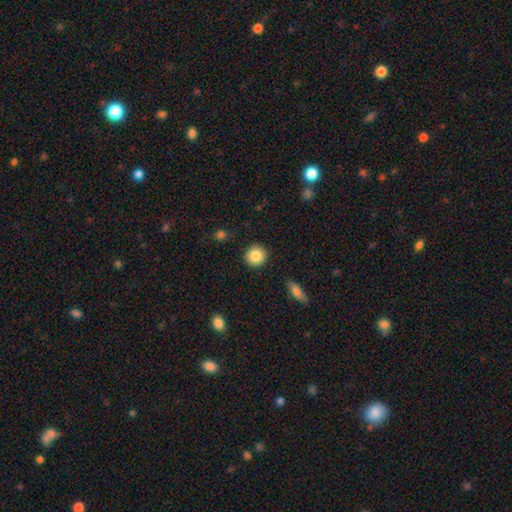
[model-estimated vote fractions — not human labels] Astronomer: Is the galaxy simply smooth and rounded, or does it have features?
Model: smooth — 86%.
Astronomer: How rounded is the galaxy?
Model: round — 93%.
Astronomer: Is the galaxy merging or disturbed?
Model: none — 91%.